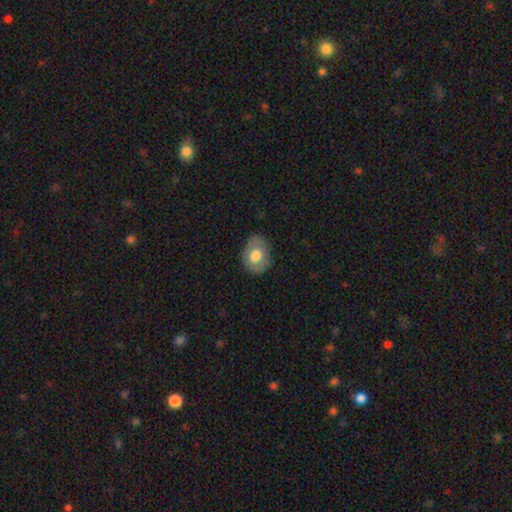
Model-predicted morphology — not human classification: type=smooth (65%); roundness=in between (68%); merging=none (76%).